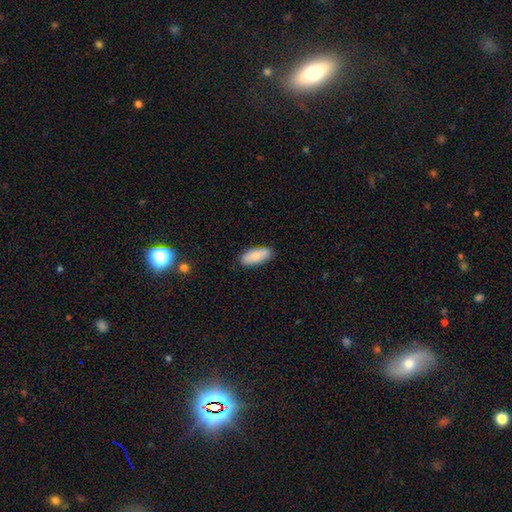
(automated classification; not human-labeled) smooth_or_featured: smooth (p=0.79) [alt: featured or disk p=0.15]
how_rounded: in between (p=0.86) [alt: cigar-shaped p=0.12]
merging: none (p=0.87) [alt: minor disturbance p=0.10]